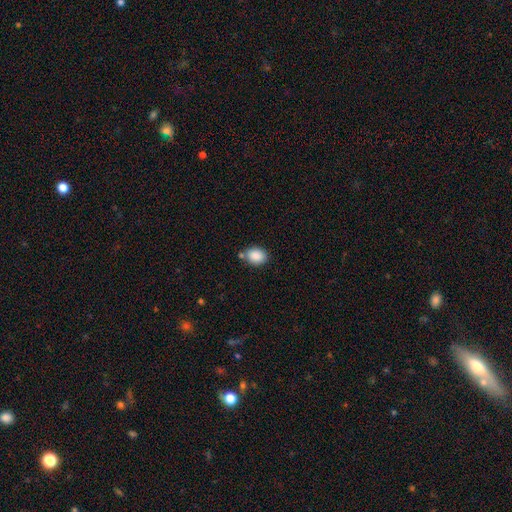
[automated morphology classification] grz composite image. It shows a smooth galaxy with no disk features (88%) that is in between round and cigar-shaped (61%). Merging: none (70%).